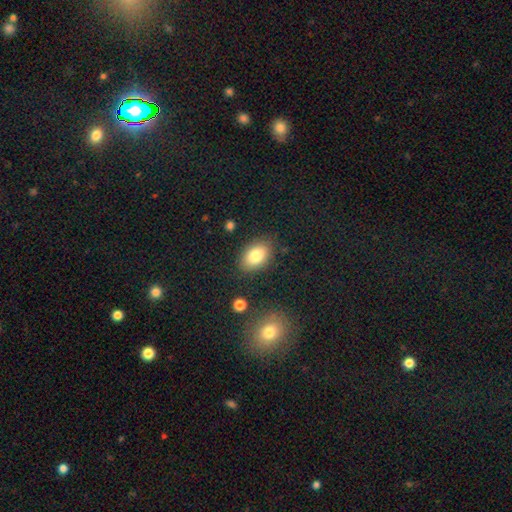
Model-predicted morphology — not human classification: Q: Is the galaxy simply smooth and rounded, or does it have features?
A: smooth — 83%.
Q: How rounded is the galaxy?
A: in between — 89%.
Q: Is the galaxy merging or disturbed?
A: none — 83%.